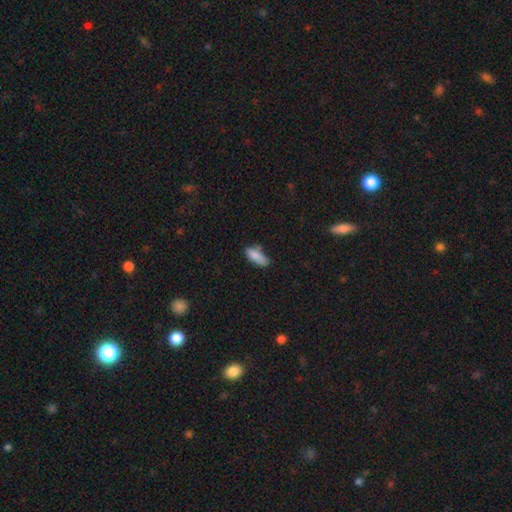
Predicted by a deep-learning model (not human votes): The model was most divided on "merging": none: 57%, minor disturbance: 30%, major disturbance: 6%, merger: 6%. More confident: smooth or featured — smooth (85%); how rounded — in between (79%).